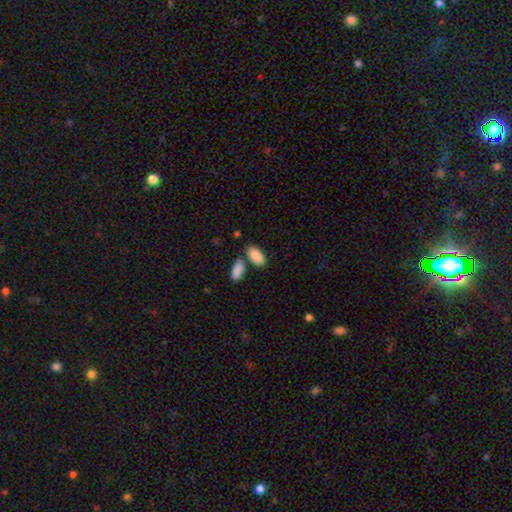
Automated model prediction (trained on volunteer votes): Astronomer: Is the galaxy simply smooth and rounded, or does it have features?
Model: smooth — 89%.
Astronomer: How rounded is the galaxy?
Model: in between — 93%.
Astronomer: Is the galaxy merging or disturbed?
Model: none — 65%.